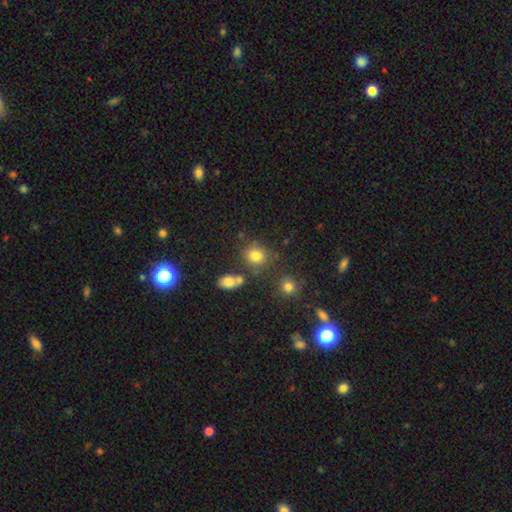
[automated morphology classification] This is likely a smooth galaxy (79%). How rounded: likely round (76%). Merging: likely none (72%).